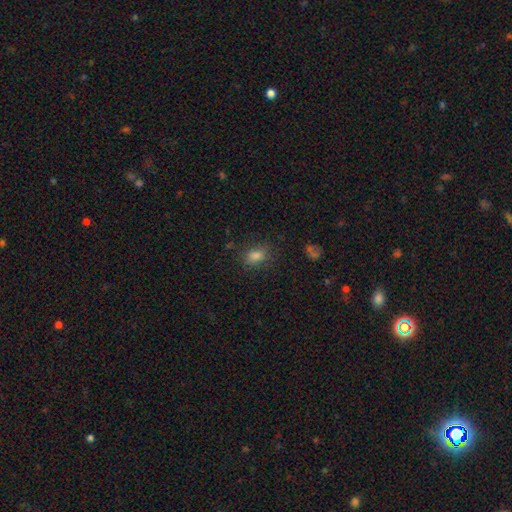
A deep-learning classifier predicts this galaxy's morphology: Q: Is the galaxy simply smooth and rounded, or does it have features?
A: smooth — 80%.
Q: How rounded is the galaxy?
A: in between — 76%.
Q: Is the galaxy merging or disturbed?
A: none — 80%.